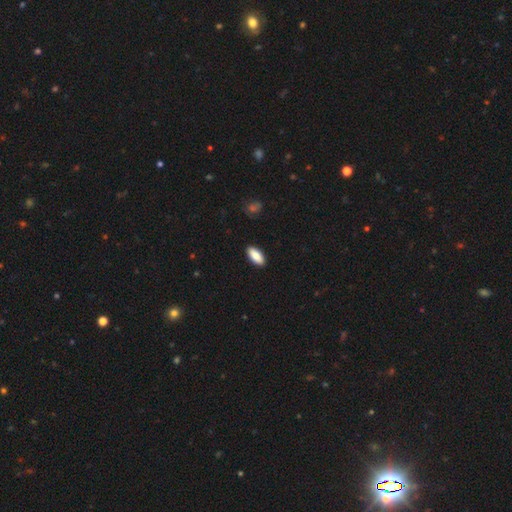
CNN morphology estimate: Overall: smooth (84%). How rounded: in between (85%). Merging: none (90%).